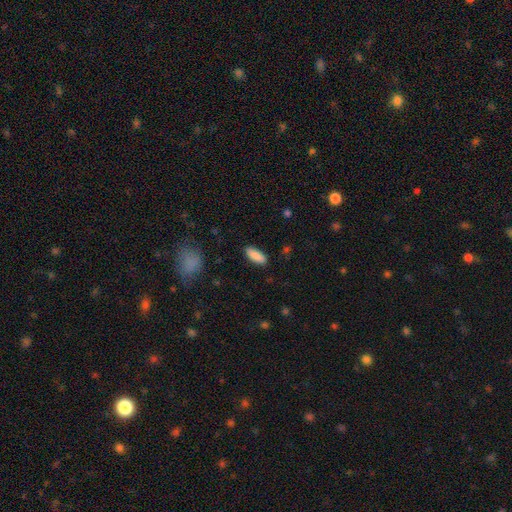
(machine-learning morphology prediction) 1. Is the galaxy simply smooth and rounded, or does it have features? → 89% smooth, 6% star or artifact, 5% featured or disk.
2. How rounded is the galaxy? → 72% in between, 27% cigar-shaped, 2% round.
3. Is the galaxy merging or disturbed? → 87% none, 9% minor disturbance, 2% major disturbance, 1% merger.